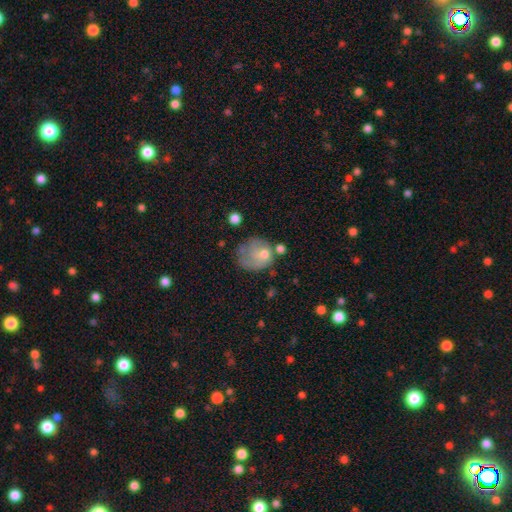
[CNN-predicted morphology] Smooth or featured? Predicted: smooth (p=0.60). How rounded? Predicted: round (p=0.64). Merging? Predicted: none (p=0.34).